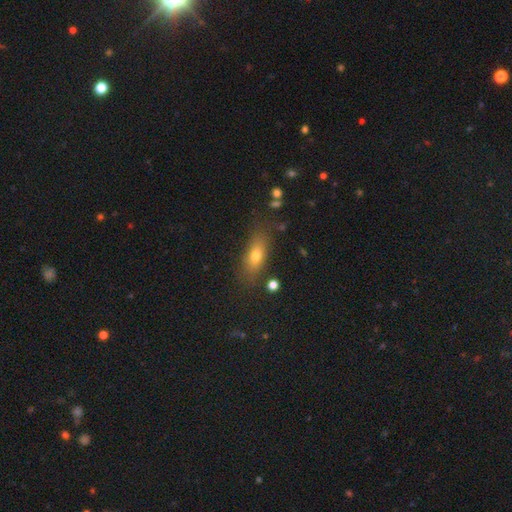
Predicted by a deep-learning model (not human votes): Smooth or featured? Predicted: smooth (p=0.67). How rounded? Predicted: in between (p=0.63). Merging? Predicted: none (p=0.78).